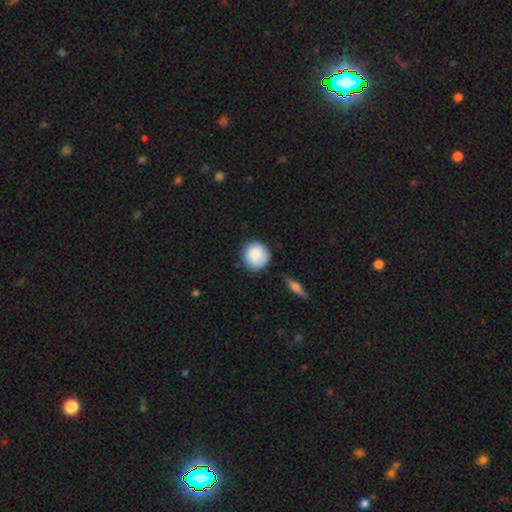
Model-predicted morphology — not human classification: A smooth galaxy with no disk features (87%) that is round (93%).

Vote fractions:
- Smooth or featured? smooth: 87% / star or artifact: 7% / featured or disk: 6%
- How rounded? round: 93% / in between: 6% / cigar-shaped: 1%
- Merging? none: 82% / minor disturbance: 13% / major disturbance: 3% / merger: 3%